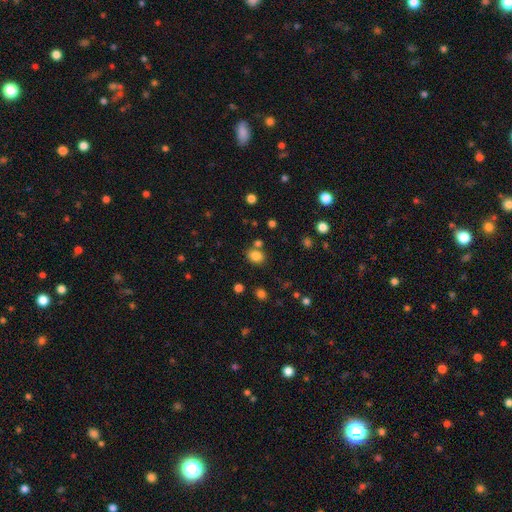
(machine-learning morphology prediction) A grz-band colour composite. It shows a smooth galaxy with no disk features (83%) that is in between round and cigar-shaped (60%). Merging: none (71%).